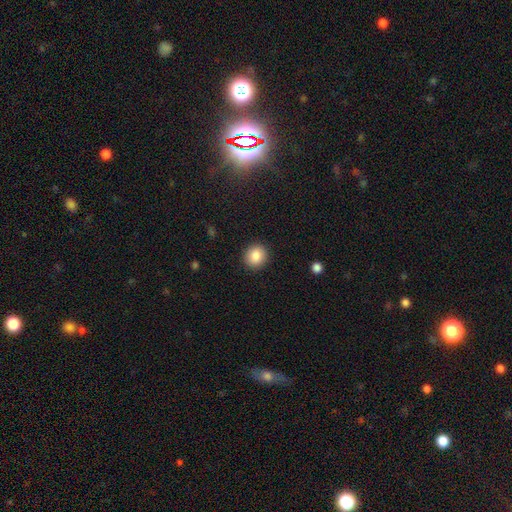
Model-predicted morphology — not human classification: Smooth or featured?
  - smooth: 86% *
  - star or artifact: 9%
  - featured or disk: 5%
How rounded?
  - round: 83% *
  - in between: 16%
  - cigar-shaped: 1%
Merging?
  - none: 91% *
  - minor disturbance: 6%
  - major disturbance: 2%
  - merger: 1%